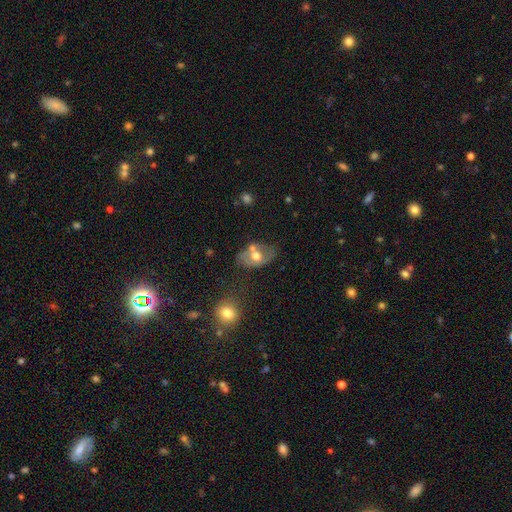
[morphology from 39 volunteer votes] A smooth galaxy with no disk features (56%) that is in between round and cigar-shaped (86%). Merging: merger (39%).